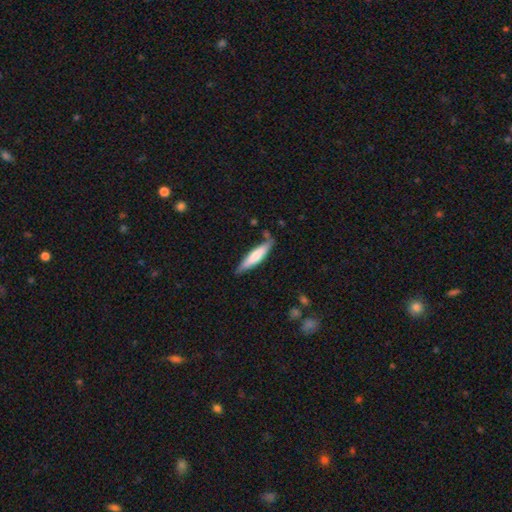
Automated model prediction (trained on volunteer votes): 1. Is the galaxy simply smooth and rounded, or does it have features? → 68% smooth, 27% featured or disk, 5% star or artifact.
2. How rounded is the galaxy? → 79% cigar-shaped, 19% in between, 1% round.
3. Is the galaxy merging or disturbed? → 75% none, 18% minor disturbance, 4% merger, 3% major disturbance.